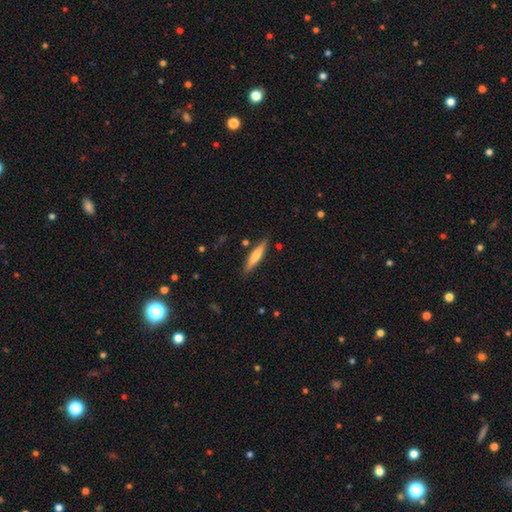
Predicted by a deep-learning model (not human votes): smooth_or_featured: smooth (p=0.57) [alt: featured or disk p=0.37]
how_rounded: cigar-shaped (p=0.88) [alt: in between p=0.10]
merging: none (p=0.86) [alt: minor disturbance p=0.10]